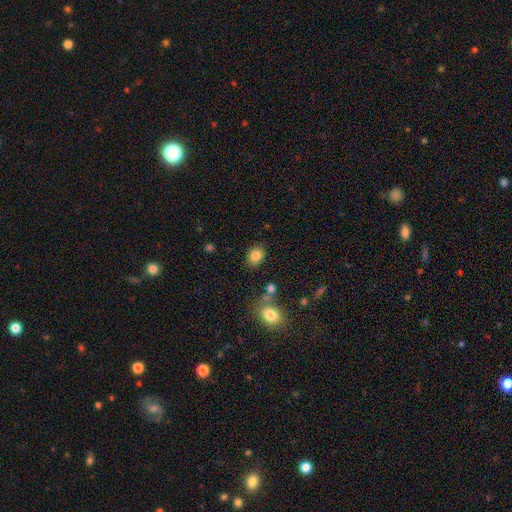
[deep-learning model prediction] Smooth or featured?
  - smooth: 82% *
  - star or artifact: 10%
  - featured or disk: 7%
How rounded?
  - in between: 51% *
  - round: 48%
  - cigar-shaped: 1%
Merging?
  - none: 82% *
  - minor disturbance: 11%
  - merger: 4%
  - major disturbance: 3%